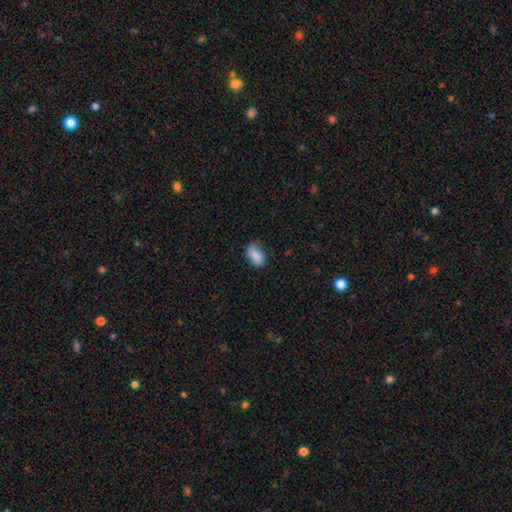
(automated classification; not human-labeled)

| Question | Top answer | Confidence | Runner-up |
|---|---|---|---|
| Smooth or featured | smooth | 85% | featured or disk (8%) |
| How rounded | in between | 90% | round (7%) |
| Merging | none | 64% | minor disturbance (28%) |